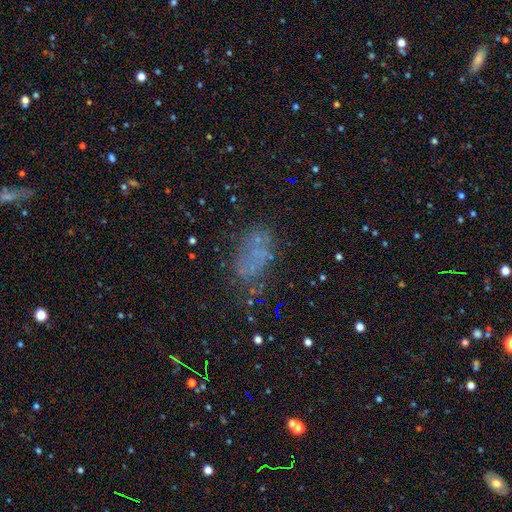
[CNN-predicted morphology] smooth_or_featured: smooth (p=0.47) [alt: featured or disk p=0.30]
merging: none (p=0.55) [alt: minor disturbance p=0.19]